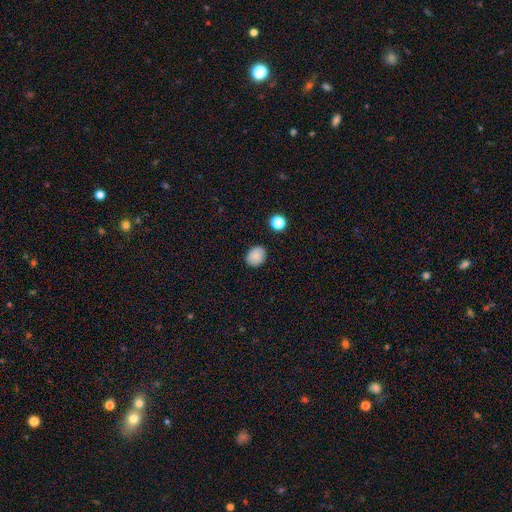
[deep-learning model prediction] A smooth galaxy with no disk features (86%) that is round (57%). Merging: none (86%).